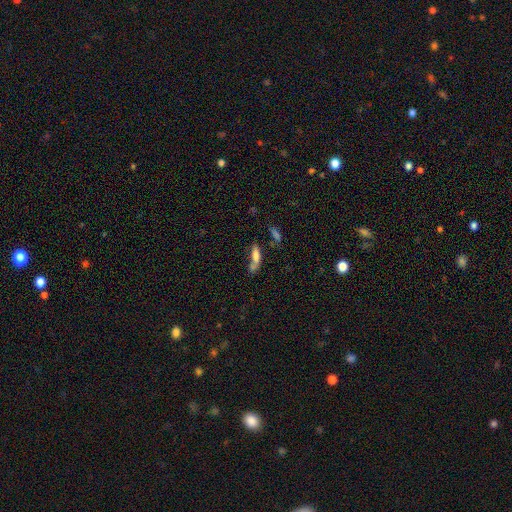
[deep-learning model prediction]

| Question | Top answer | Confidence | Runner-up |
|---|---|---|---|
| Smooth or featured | smooth | 72% | featured or disk (18%) |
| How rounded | cigar-shaped | 50% | in between (48%) |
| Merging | none | 37% | merger (36%) |